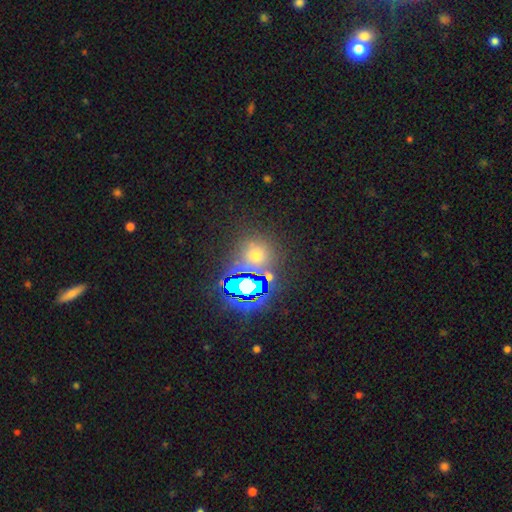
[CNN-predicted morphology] The model was most divided on "smooth or featured": star or artifact: 47%, smooth: 43%, featured or disk: 9%.